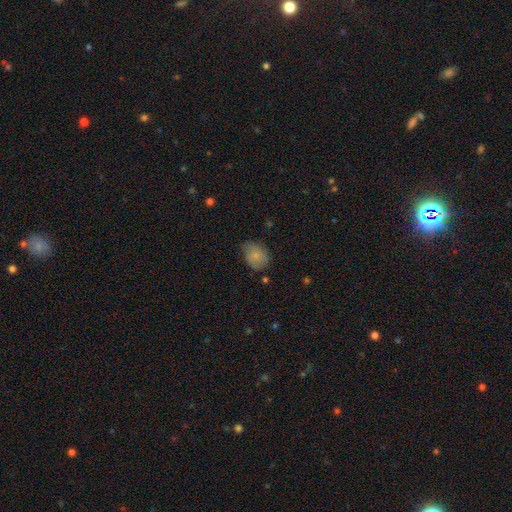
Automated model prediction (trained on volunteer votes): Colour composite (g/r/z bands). It shows a smooth galaxy with no disk features (78%) that is in between round and cigar-shaped (66%). Merging: none (60%).